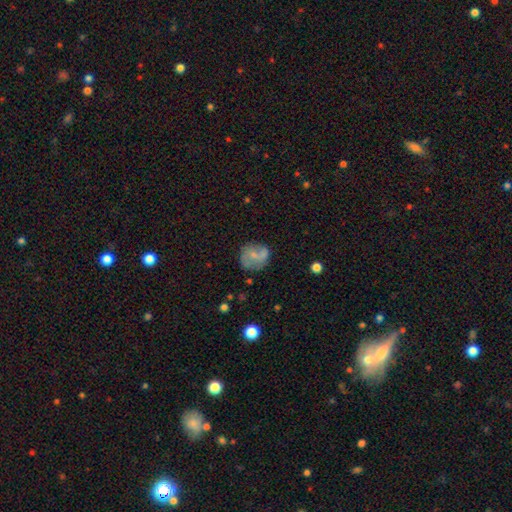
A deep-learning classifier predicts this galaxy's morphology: Smooth or featured? Predicted: smooth (p=0.54). How rounded? Predicted: round (p=0.75). Merging? Predicted: none (p=0.56).